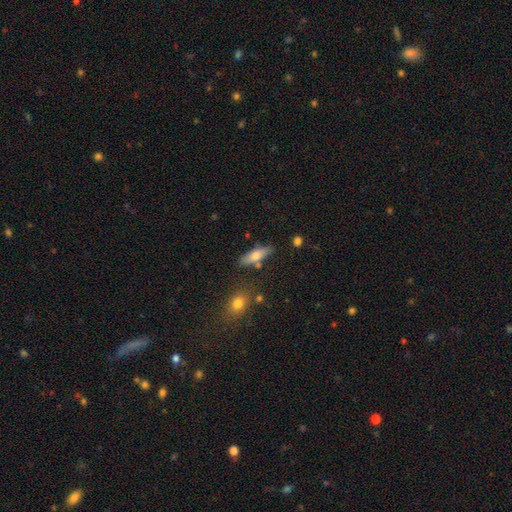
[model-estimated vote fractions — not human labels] Smooth or featured? Predicted: smooth (p=0.67). How rounded? Predicted: cigar-shaped (p=0.51). Merging? Predicted: none (p=0.75).